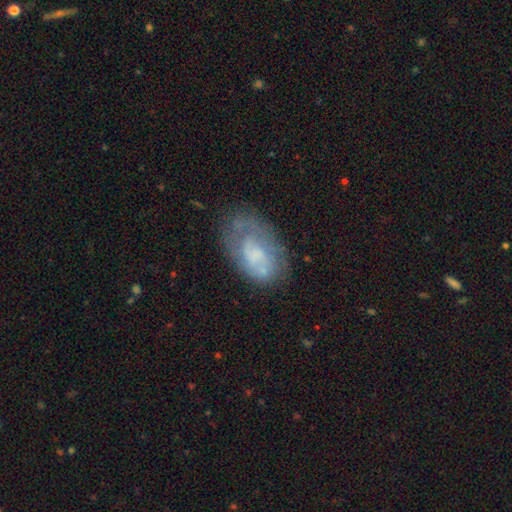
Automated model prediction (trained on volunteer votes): Smooth or featured: featured or disk — 52% (smooth — 39%)
Edge-on disk: no — 96% (yes — 4%)
Bar: no — 75% (weak — 21%)
Spiral arms: no — 56% (yes — 44%)
Bulge size: none — 42% (small — 24%)
Merging: none — 51% (minor disturbance — 26%)